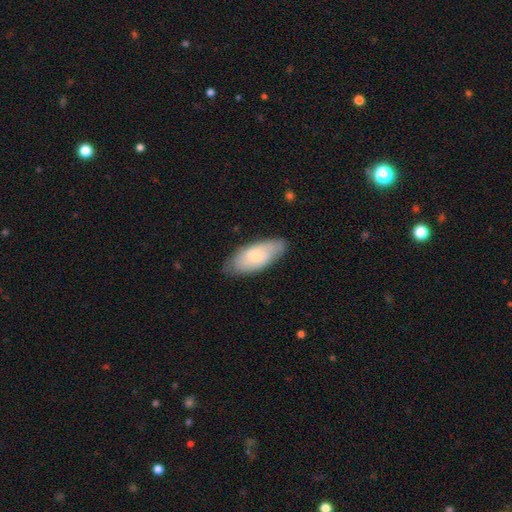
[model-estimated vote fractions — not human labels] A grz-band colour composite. It shows a smooth galaxy with no disk features (66%) that is in between round and cigar-shaped (84%). Merging: none (77%).